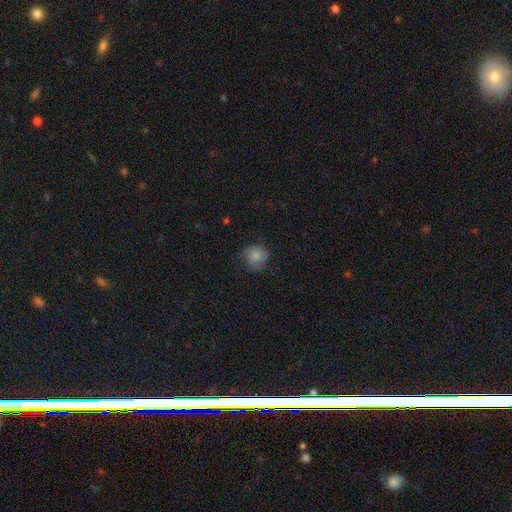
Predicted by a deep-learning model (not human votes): Smooth or featured?
  - smooth: 79% *
  - featured or disk: 12%
  - star or artifact: 9%
How rounded?
  - round: 83% *
  - in between: 16%
  - cigar-shaped: 1%
Merging?
  - none: 67% *
  - minor disturbance: 24%
  - major disturbance: 7%
  - merger: 1%